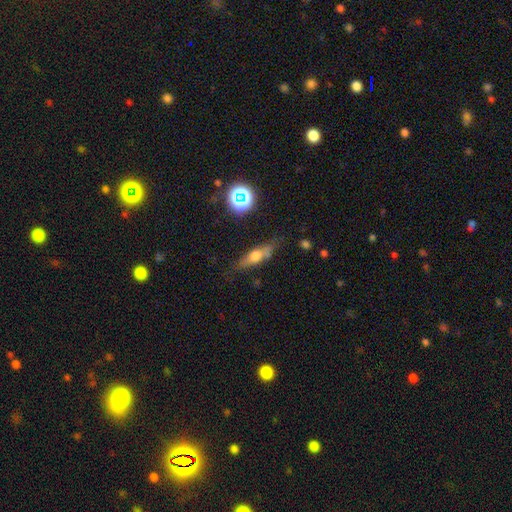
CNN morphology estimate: smooth_or_featured: smooth (p=0.48) [alt: featured or disk p=0.42]
merging: none (p=0.71) [alt: minor disturbance p=0.19]